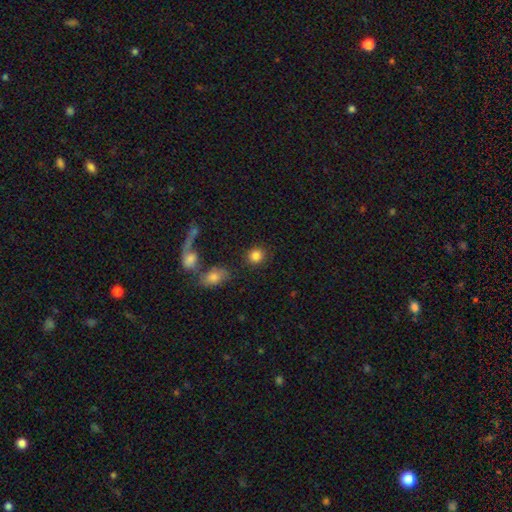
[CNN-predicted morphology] smooth-or-featured: smooth: 85% | star or artifact: 9% | featured or disk: 6%
  how-rounded: round: 87% | in between: 12% | cigar-shaped: 1%
  merging: none: 84% | minor disturbance: 7% | merger: 5% | major disturbance: 4%